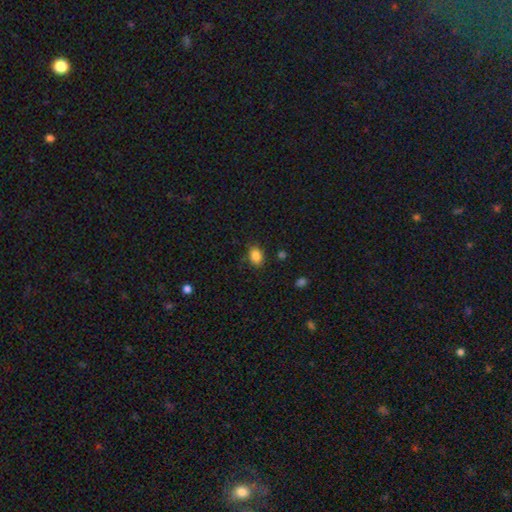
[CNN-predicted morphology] smooth 86%, star or artifact 9%, featured or disk 5%. Down the decision tree: how rounded — in between (74%); merging — none (81%).